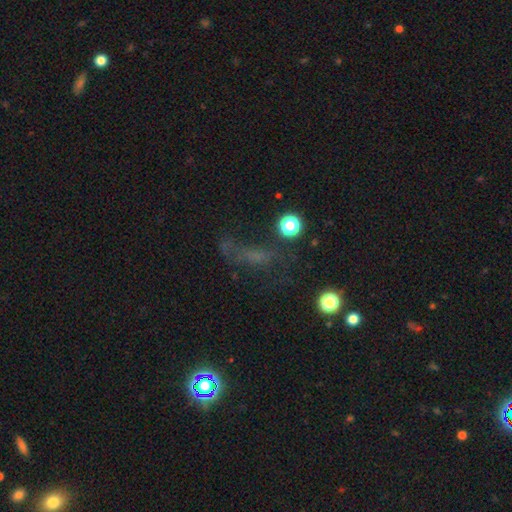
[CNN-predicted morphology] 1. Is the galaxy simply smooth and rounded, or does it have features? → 38% star or artifact, 36% smooth, 26% featured or disk.